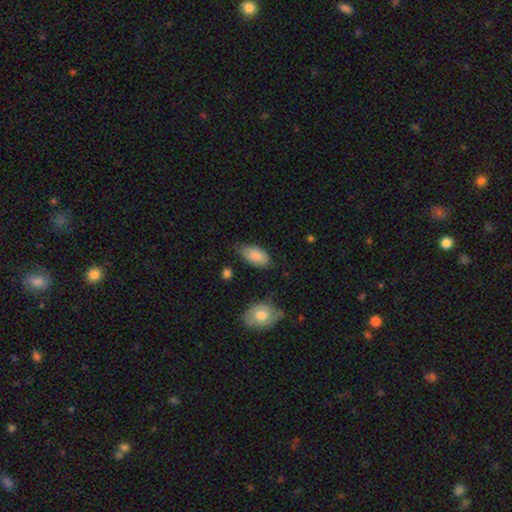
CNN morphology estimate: Smooth or featured? Predicted: smooth (p=0.80). How rounded? Predicted: in between (p=0.94). Merging? Predicted: none (p=0.64).